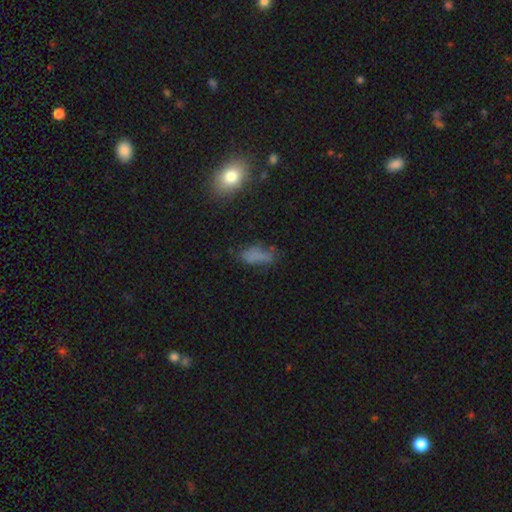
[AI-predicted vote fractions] A smooth galaxy with no disk features (71%) that is in between round and cigar-shaped (73%).

Vote fractions:
- Smooth or featured? smooth: 71% / star or artifact: 16% / featured or disk: 14%
- How rounded? in between: 73% / cigar-shaped: 23% / round: 5%
- Merging? none: 53% / minor disturbance: 27% / major disturbance: 15% / merger: 6%